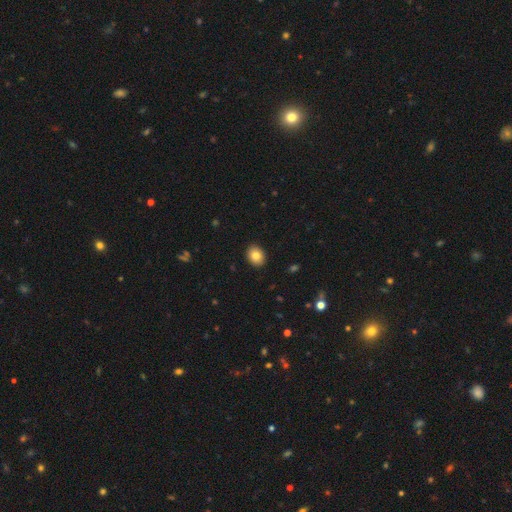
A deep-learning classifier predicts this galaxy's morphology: This appears to be a smooth galaxy with no disk features (82%) that is in between round and cigar-shaped (53%). Merging: none (91%).